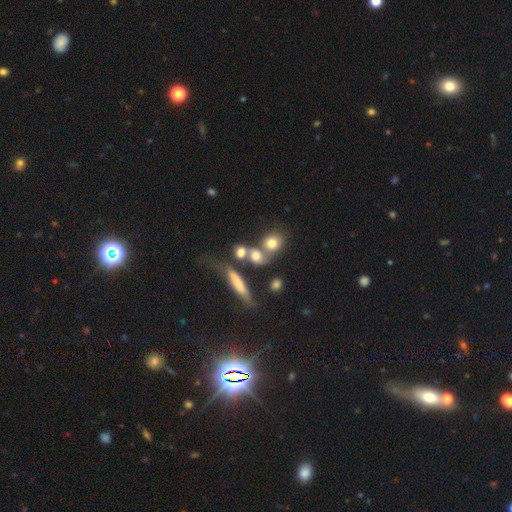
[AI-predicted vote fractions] Smooth or featured?
  - smooth: 68% *
  - featured or disk: 18%
  - star or artifact: 13%
How rounded?
  - round: 59% *
  - in between: 29%
  - cigar-shaped: 12%
Merging?
  - merger: 40% * (tied)
  - none: 40% * (tied)
  - minor disturbance: 12%
  - major disturbance: 8%